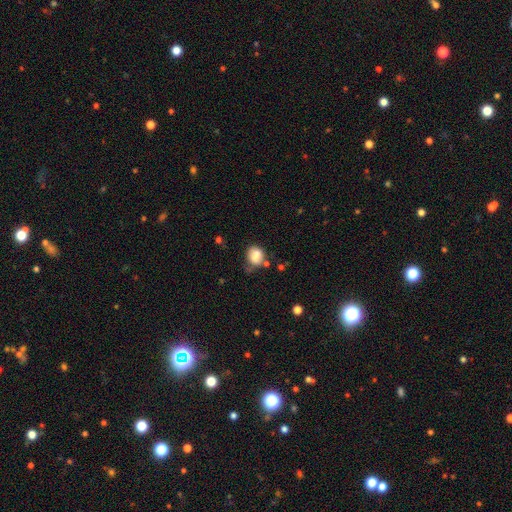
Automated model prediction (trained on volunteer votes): Q: Smooth or featured?
A: smooth (77%); runner-up: featured or disk (14%)
Q: How rounded?
A: round (52%); runner-up: in between (47%)
Q: Merging?
A: none (49%); runner-up: minor disturbance (29%)